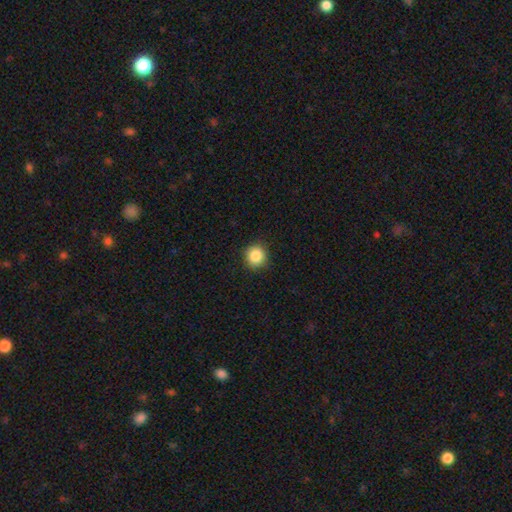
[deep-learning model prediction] smooth_or_featured: smooth (p=0.87) [alt: star or artifact p=0.10]
how_rounded: round (p=0.92) [alt: in between p=0.07]
merging: none (p=0.90) [alt: minor disturbance p=0.07]